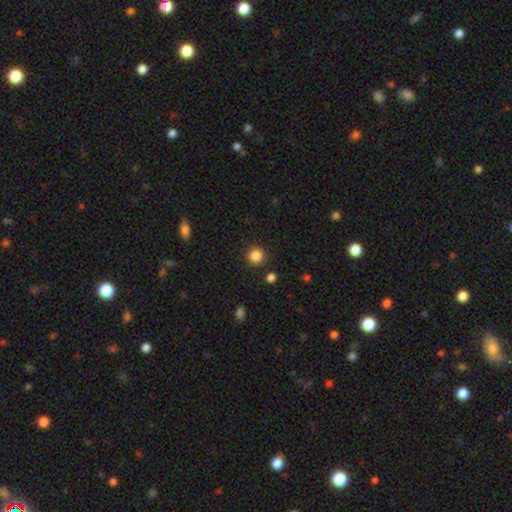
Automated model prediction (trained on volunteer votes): Smooth or featured? smooth (86%)
How rounded? round (94%)
Merging? none (91%)